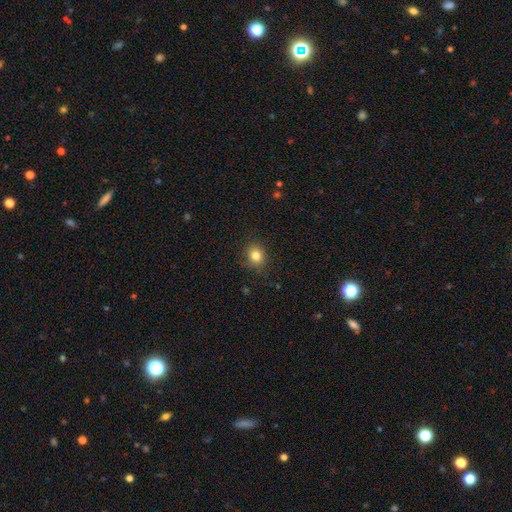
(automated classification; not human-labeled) Morphology: type=smooth (83%); roundness=round (73%); merging=none (87%).